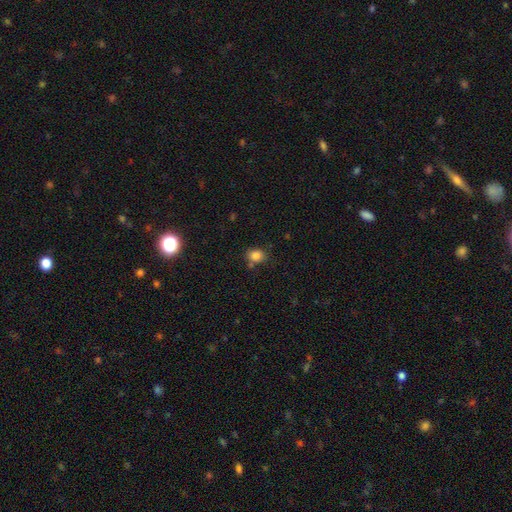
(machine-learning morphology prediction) Smooth or featured: smooth — 83% (star or artifact — 11%)
How rounded: round — 52% (in between — 47%)
Merging: none — 73% (minor disturbance — 14%)